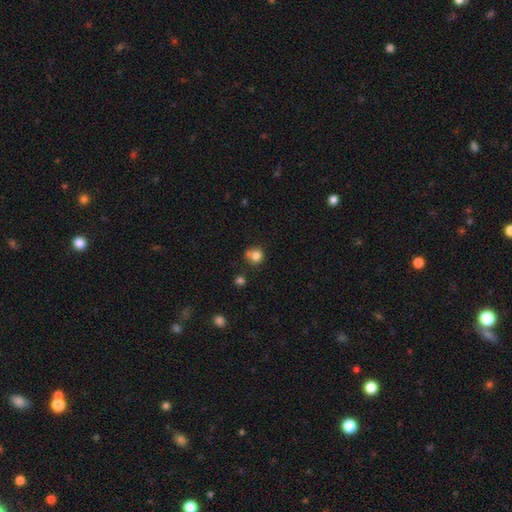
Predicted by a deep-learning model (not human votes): smooth_or_featured: smooth (p=0.80) [alt: star or artifact p=0.12]
how_rounded: round (p=0.84) [alt: in between p=0.15]
merging: none (p=0.59) [alt: minor disturbance p=0.21]